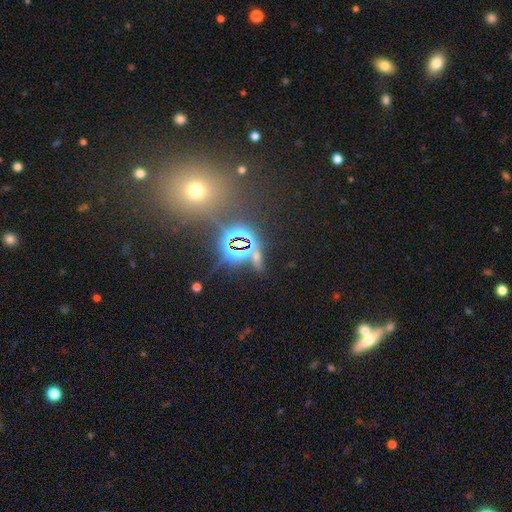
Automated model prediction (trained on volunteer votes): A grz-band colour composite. It shows a star or artifact, not a galaxy (65%).